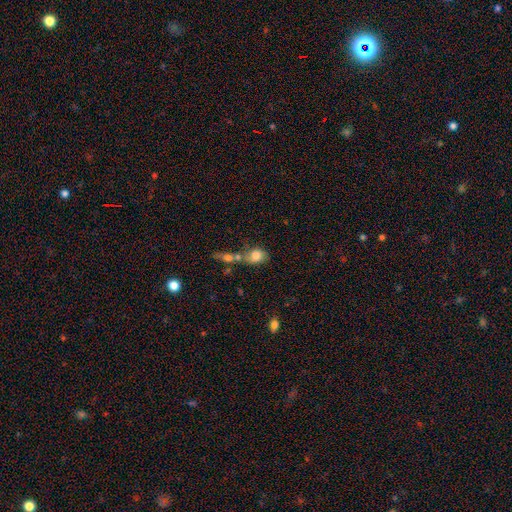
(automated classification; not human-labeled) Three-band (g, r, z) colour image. It shows a smooth galaxy with no disk features (77%) that is in between round and cigar-shaped (57%). Merging: merger (38%).